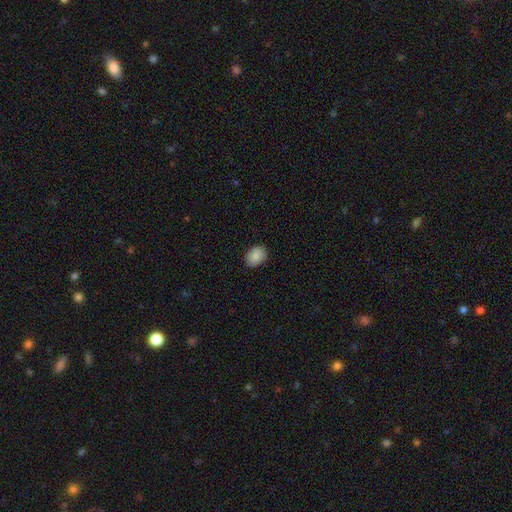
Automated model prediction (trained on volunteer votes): Smooth or featured? smooth (88%)
How rounded? in between (70%)
Merging? none (88%)